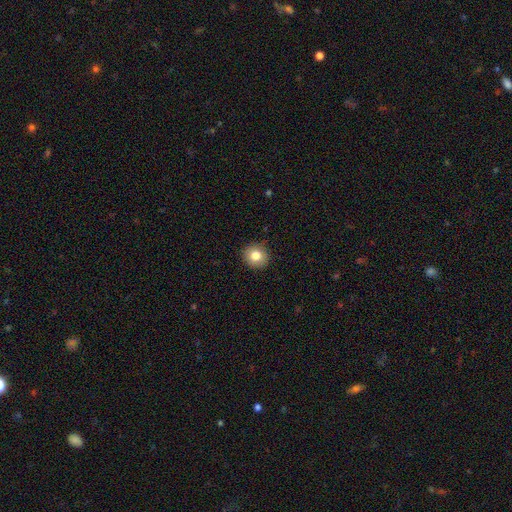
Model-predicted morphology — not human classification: smooth-or-featured: smooth: 81% | star or artifact: 10% | featured or disk: 9%
  how-rounded: round: 88% | in between: 11% | cigar-shaped: 1%
  merging: none: 91% | minor disturbance: 6% | major disturbance: 2% | merger: 1%